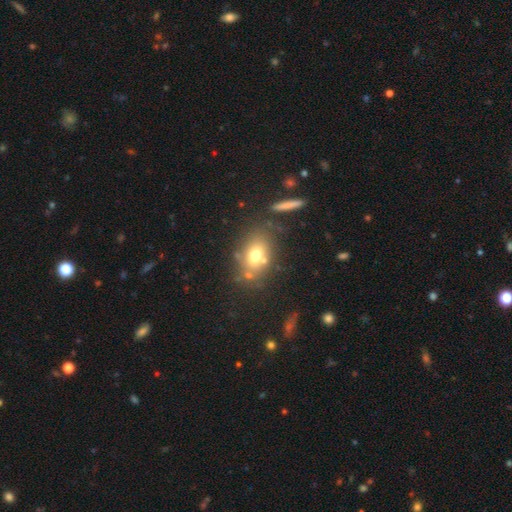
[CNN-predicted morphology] smooth-or-featured: smooth: 69% | featured or disk: 18% | star or artifact: 13%
  how-rounded: in between: 66% | round: 32% | cigar-shaped: 2%
  merging: none: 63% | merger: 16% | minor disturbance: 14% | major disturbance: 7%